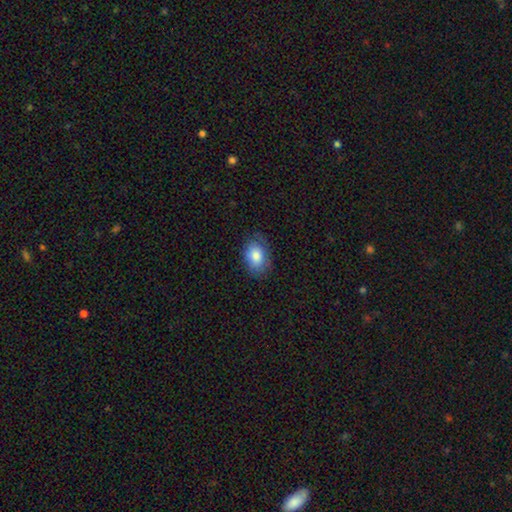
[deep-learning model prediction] A smooth galaxy with no disk features (81%) that is in between round and cigar-shaped (80%).

Vote fractions:
- Smooth or featured? smooth: 81% / featured or disk: 11% / star or artifact: 8%
- How rounded? in between: 80% / round: 19% / cigar-shaped: 1%
- Merging? none: 74% / minor disturbance: 20% / major disturbance: 6% / merger: 1%